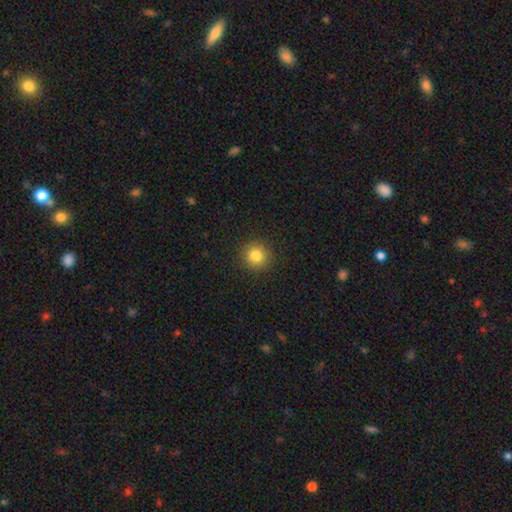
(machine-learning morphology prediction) smooth_or_featured: smooth (p=0.83) [alt: star or artifact p=0.11]
how_rounded: round (p=0.93) [alt: in between p=0.06]
merging: none (p=0.91) [alt: minor disturbance p=0.06]